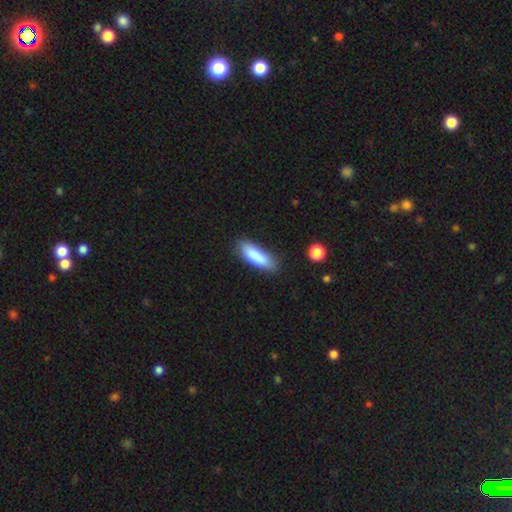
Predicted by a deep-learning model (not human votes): smooth-or-featured: smooth: 85% | featured or disk: 8% | star or artifact: 6%
  how-rounded: in between: 51% | cigar-shaped: 48% | round: 2%
  merging: none: 81% | minor disturbance: 14% | major disturbance: 3% | merger: 2%